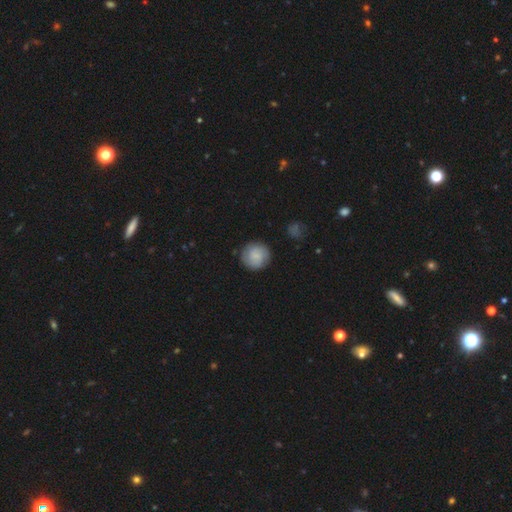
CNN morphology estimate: smooth-or-featured: smooth: 70% | featured or disk: 23% | star or artifact: 7%
  how-rounded: round: 92% | in between: 7% | cigar-shaped: 1%
  merging: none: 84% | minor disturbance: 11% | major disturbance: 3% | merger: 1%